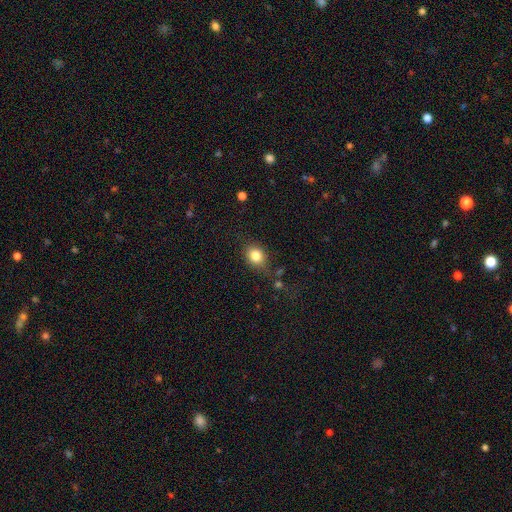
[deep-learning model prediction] smooth_or_featured: smooth (p=0.82) [alt: star or artifact p=0.10]
how_rounded: round (p=0.51) [alt: in between p=0.47]
merging: none (p=0.75) [alt: minor disturbance p=0.17]